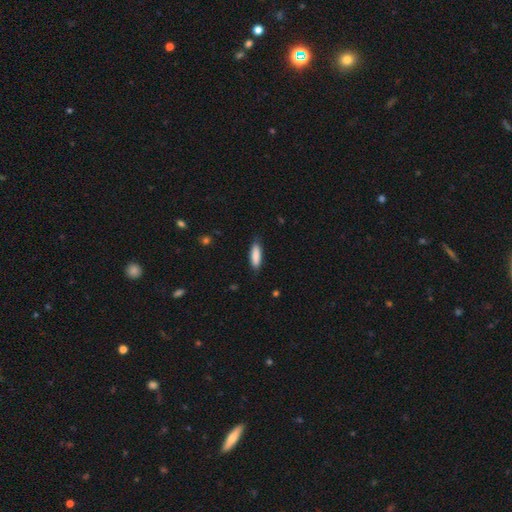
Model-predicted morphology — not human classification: A smooth galaxy with no disk features (88%) that is cigar-shaped (52%). Merging: none (84%).